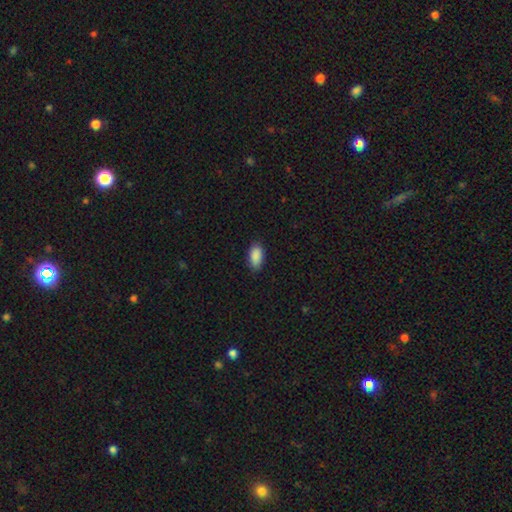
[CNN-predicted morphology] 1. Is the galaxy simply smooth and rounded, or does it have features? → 90% smooth, 7% star or artifact, 3% featured or disk.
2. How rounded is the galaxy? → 93% in between, 4% cigar-shaped, 3% round.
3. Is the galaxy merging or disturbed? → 82% none, 14% minor disturbance, 2% major disturbance, 1% merger.